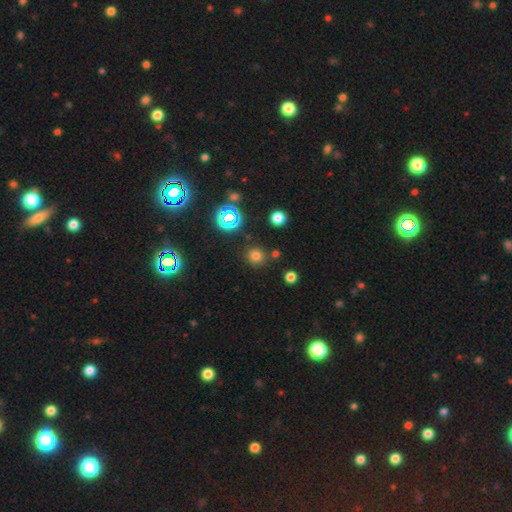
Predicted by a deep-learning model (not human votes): This is likely a smooth galaxy (70%). How rounded: clearly round (90%). Merging: clearly none (83%).